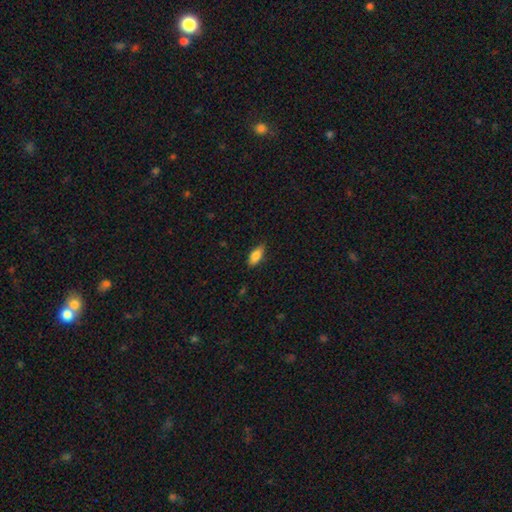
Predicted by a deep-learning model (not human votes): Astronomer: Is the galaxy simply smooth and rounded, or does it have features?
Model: smooth — 85%.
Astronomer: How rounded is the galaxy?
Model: in between — 85%.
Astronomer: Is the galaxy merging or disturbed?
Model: none — 81%.